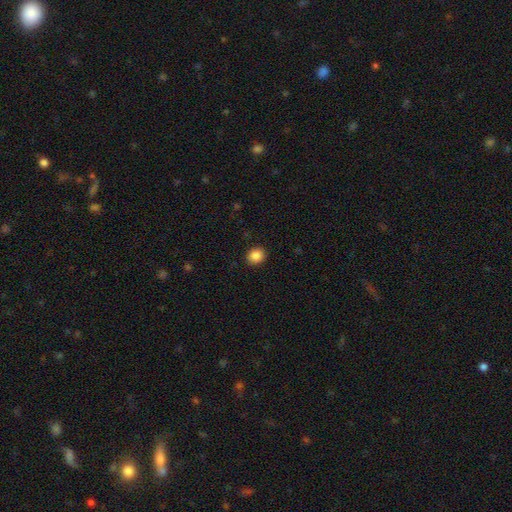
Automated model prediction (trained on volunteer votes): Smooth or featured: smooth — 87% (star or artifact — 9%)
How rounded: round — 70% (in between — 29%)
Merging: none — 91% (minor disturbance — 6%)